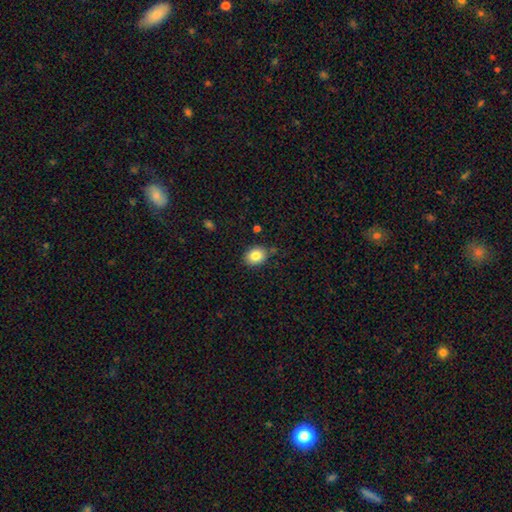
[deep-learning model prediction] Q: Smooth or featured?
A: smooth (84%); runner-up: star or artifact (9%)
Q: How rounded?
A: round (51%); runner-up: in between (48%)
Q: Merging?
A: none (82%); runner-up: minor disturbance (12%)